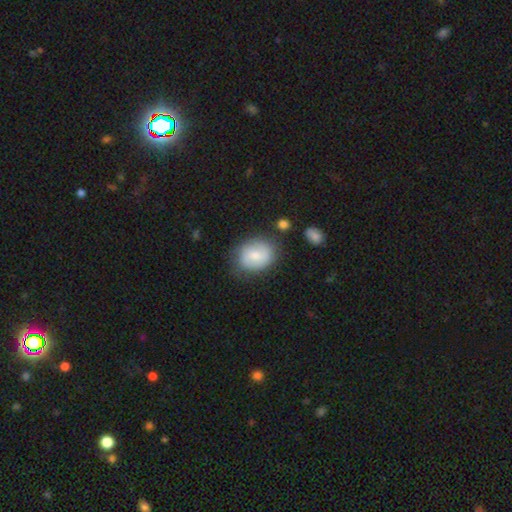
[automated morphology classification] This appears to be a smooth galaxy with no disk features (65%) that is in between round and cigar-shaped (50%). Merging: none (71%).